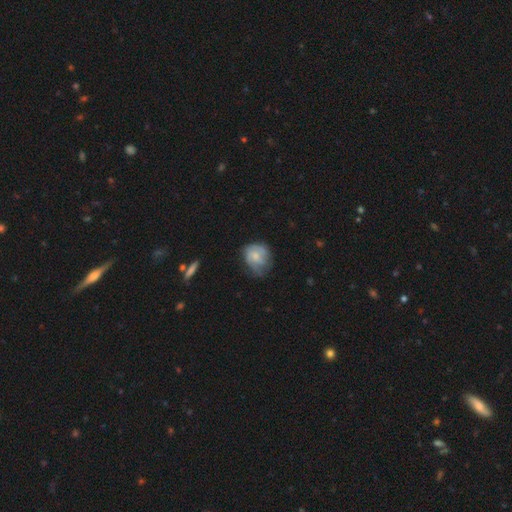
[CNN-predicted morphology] Q: Smooth or featured?
A: smooth (52%); runner-up: featured or disk (41%)
Q: How rounded?
A: round (62%); runner-up: in between (37%)
Q: Merging?
A: none (50%); runner-up: minor disturbance (33%)